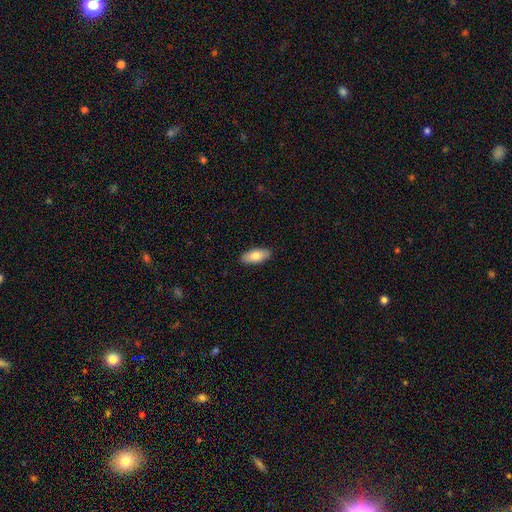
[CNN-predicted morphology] This appears to be a smooth galaxy with no disk features (81%) that is in between round and cigar-shaped (86%). Merging: none (90%).